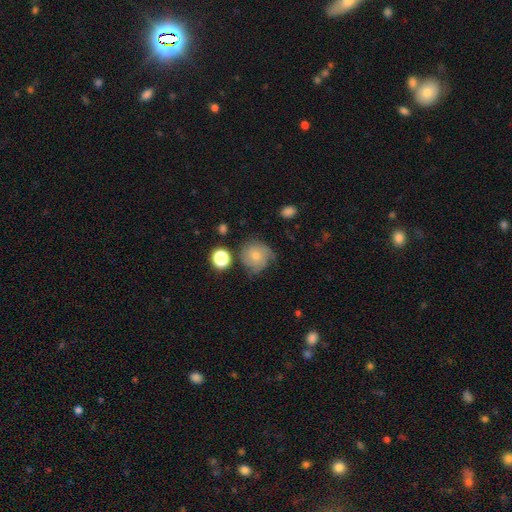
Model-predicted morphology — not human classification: A smooth galaxy with no disk features (61%) that is round (87%).

Vote fractions:
- Smooth or featured? smooth: 61% / featured or disk: 28% / star or artifact: 11%
- How rounded? round: 87% / in between: 12% / cigar-shaped: 1%
- Merging? none: 56% / minor disturbance: 29% / major disturbance: 11% / merger: 4%